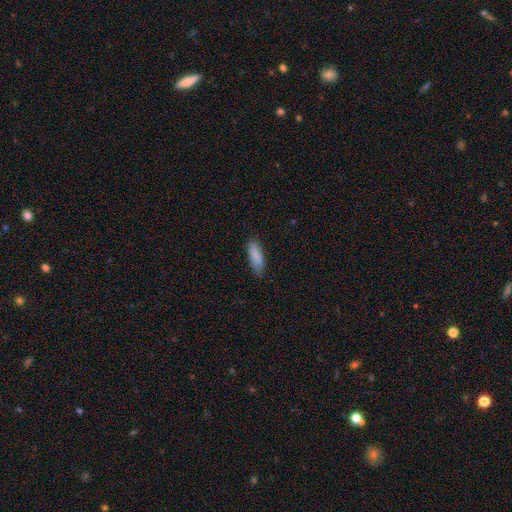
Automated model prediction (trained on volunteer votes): The model was most divided on "how rounded": in between: 61%, cigar-shaped: 37%, round: 2%. More confident: smooth or featured — smooth (86%); merging — none (78%).